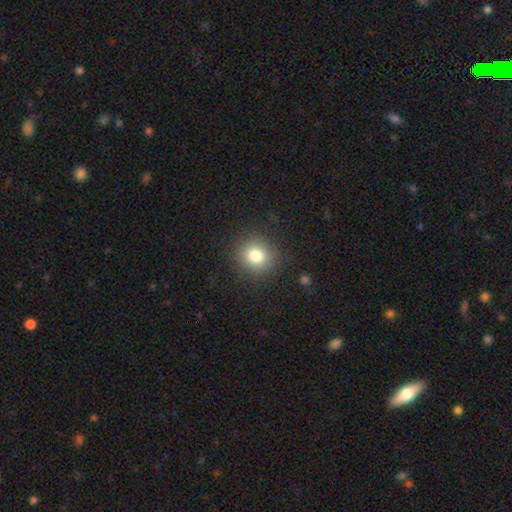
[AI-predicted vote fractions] smooth 80%, star or artifact 12%, featured or disk 8%. Down the decision tree: how rounded — round (83%); merging — none (87%).